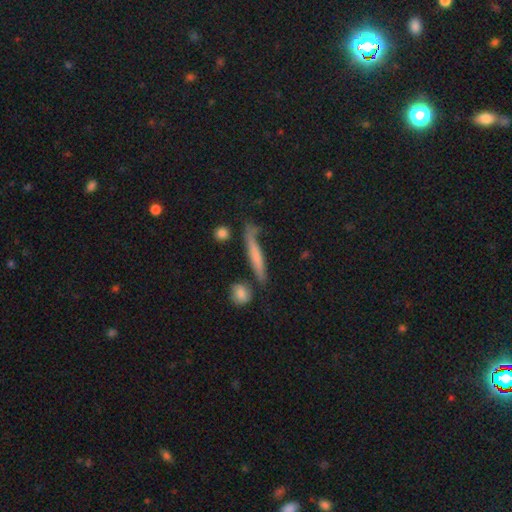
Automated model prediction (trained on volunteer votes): Morphology: type=smooth (55%); roundness=cigar-shaped (90%); merging=none (62%).